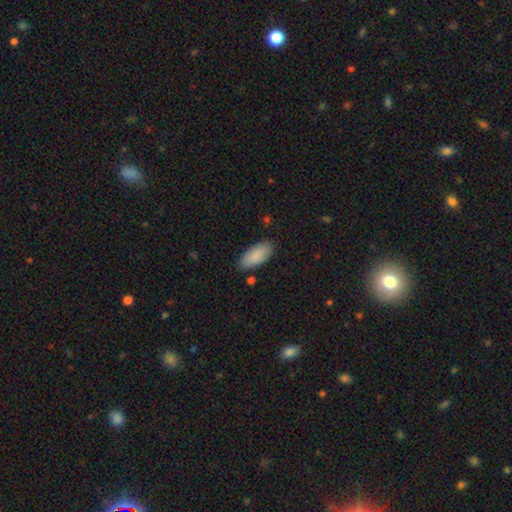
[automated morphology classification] smooth-or-featured: smooth: 88% | star or artifact: 6% | featured or disk: 6%
  how-rounded: in between: 88% | cigar-shaped: 10% | round: 2%
  merging: none: 83% | minor disturbance: 12% | major disturbance: 2% | merger: 2%